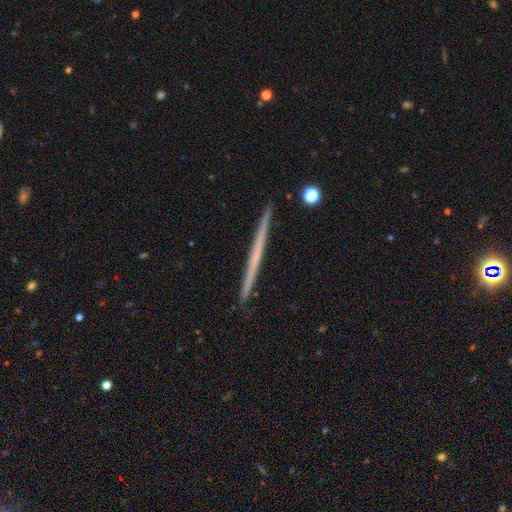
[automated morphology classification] Q: Smooth or featured?
A: featured or disk (58%); runner-up: smooth (36%)
Q: Edge-on disk?
A: yes (98%); runner-up: no (2%)
Q: Edge-on bulge?
A: none (92%); runner-up: rounded (6%)
Q: Merging?
A: none (93%); runner-up: minor disturbance (5%)